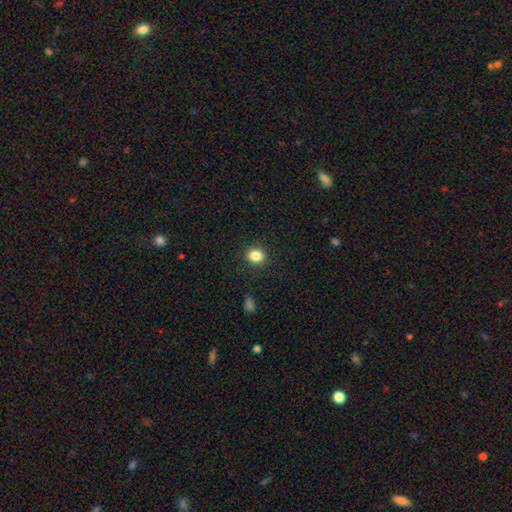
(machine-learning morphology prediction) Smooth or featured?
  - smooth: 85% *
  - star or artifact: 11%
  - featured or disk: 4%
How rounded?
  - round: 74% *
  - in between: 26%
  - cigar-shaped: 1%
Merging?
  - none: 90% *
  - minor disturbance: 7%
  - major disturbance: 2%
  - merger: 1%